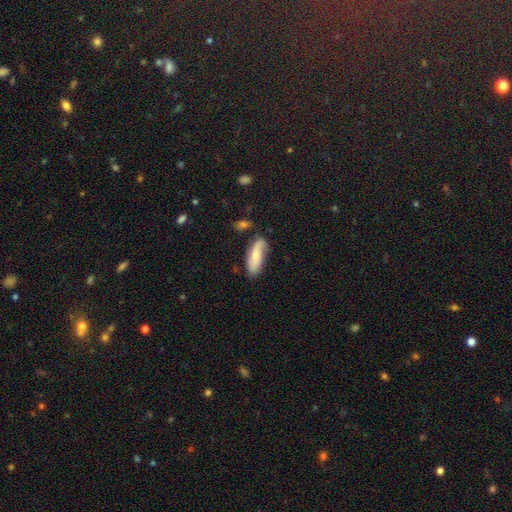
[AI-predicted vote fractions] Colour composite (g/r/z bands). It shows a smooth galaxy with no disk features (62%) that is in between round and cigar-shaped (68%). Merging: none (62%).